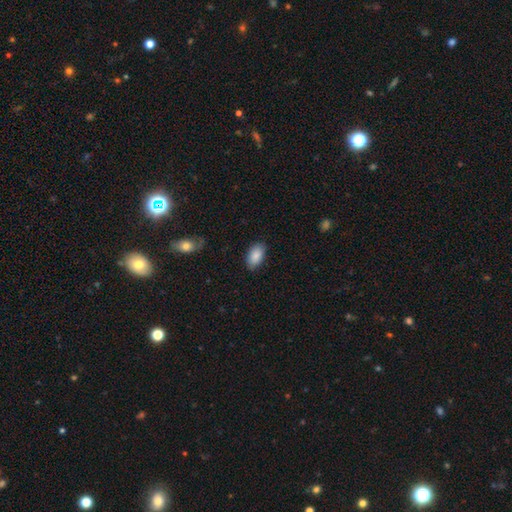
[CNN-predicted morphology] Overall: smooth (87%). How rounded: in between (95%). Merging: none (84%).